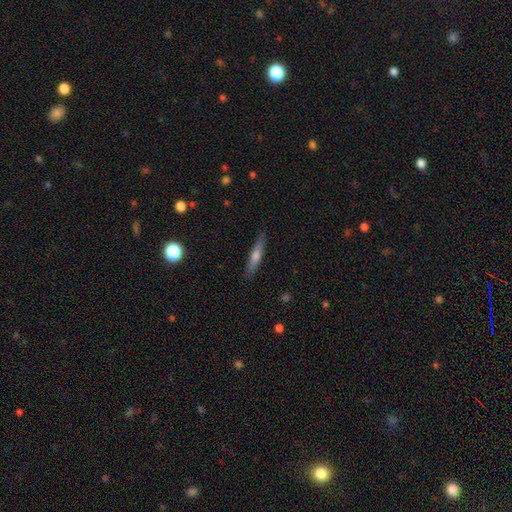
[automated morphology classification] Smooth or featured?
  - featured or disk: 48% *
  - smooth: 45%
  - star or artifact: 7%
Merging?
  - none: 88% *
  - minor disturbance: 9%
  - major disturbance: 2%
  - merger: 1%